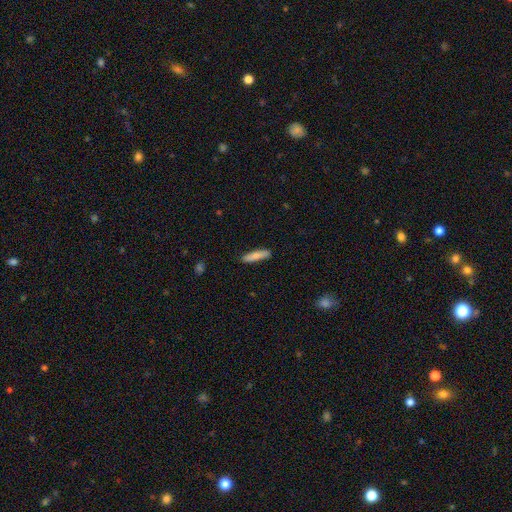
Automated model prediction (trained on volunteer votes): A smooth galaxy with no disk features (81%) that is cigar-shaped (81%).

Vote fractions:
- Smooth or featured? smooth: 81% / featured or disk: 14% / star or artifact: 6%
- How rounded? cigar-shaped: 81% / in between: 18% / round: 2%
- Merging? none: 88% / minor disturbance: 9% / major disturbance: 2% / merger: 1%